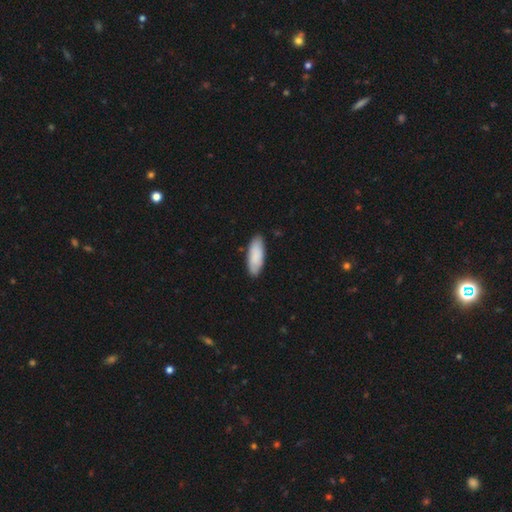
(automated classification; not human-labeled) This is clearly a smooth galaxy (87%). How rounded: likely in between (74%). Merging: clearly none (87%).